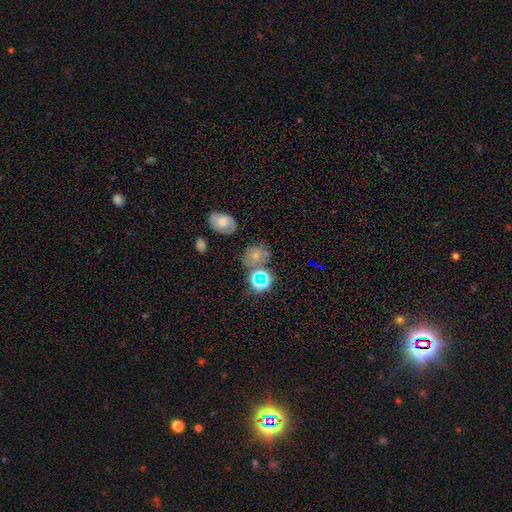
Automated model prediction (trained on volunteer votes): Smooth or featured: smooth — 54% (star or artifact — 30%)
How rounded: round — 62% (in between — 36%)
Merging: none — 59% (merger — 17%)